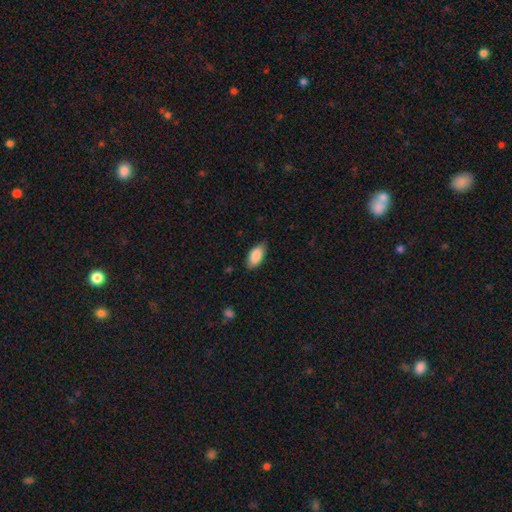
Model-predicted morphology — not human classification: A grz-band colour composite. It shows a smooth galaxy with no disk features (87%) that is in between round and cigar-shaped (91%). Merging: none (77%).